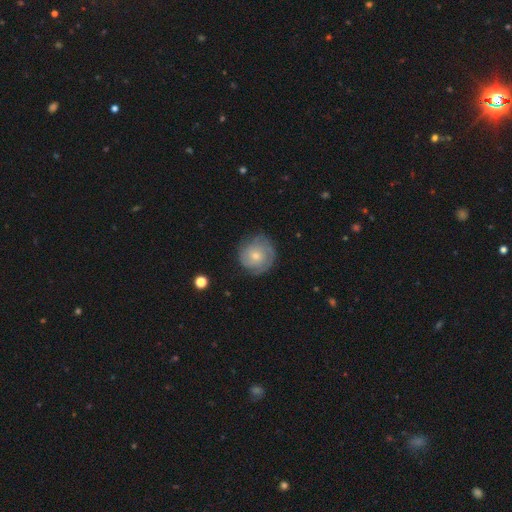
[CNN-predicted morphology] Smooth or featured?
  - featured or disk: 55% *
  - smooth: 38%
  - star or artifact: 7%
Edge-on disk?
  - no: 97% *
  - yes: 3%
Bar?
  - no: 83% *
  - weak: 15%
  - strong: 2%
Spiral arms?
  - yes: 80% *
  - no: 20%
Bulge size?
  - small: 65% *
  - moderate: 31%
  - none: 2%
  - large: 2%
  - dominant: 1%
Merging?
  - none: 72% *
  - minor disturbance: 20%
  - major disturbance: 7%
  - merger: 1%